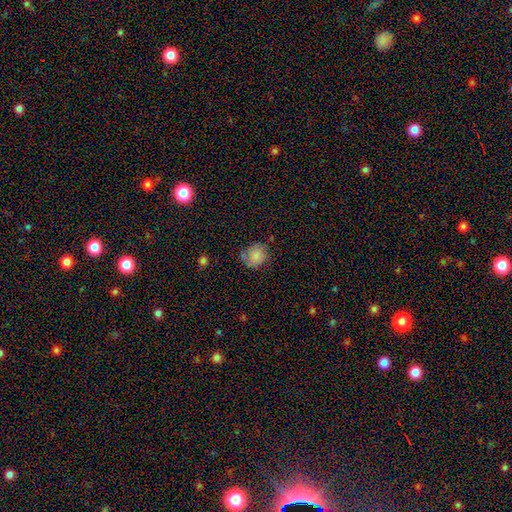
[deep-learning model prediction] Smooth or featured: smooth — 79% (featured or disk — 12%)
How rounded: round — 78% (in between — 21%)
Merging: none — 64% (minor disturbance — 25%)